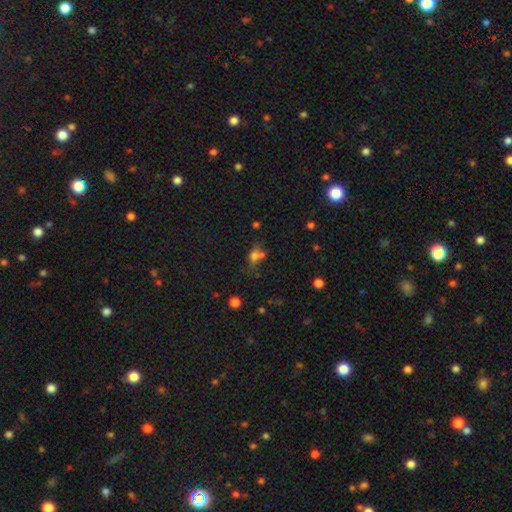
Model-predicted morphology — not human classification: smooth 59%, star or artifact 23%, featured or disk 18%. Down the decision tree: how rounded — in between (59%); merging — none (46%).